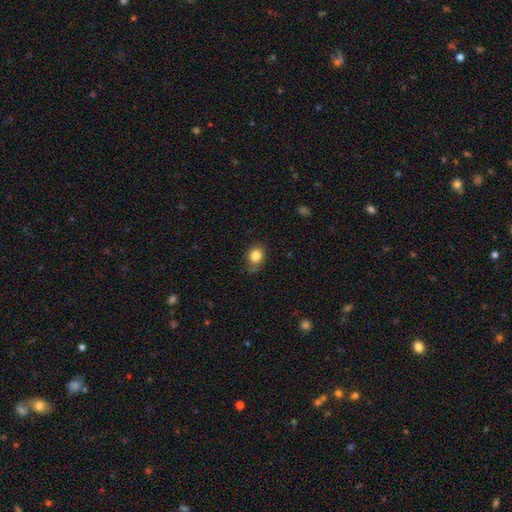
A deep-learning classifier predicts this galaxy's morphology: A smooth galaxy with no disk features (83%) that is round (65%).

Vote fractions:
- Smooth or featured? smooth: 83% / star or artifact: 10% / featured or disk: 6%
- How rounded? round: 65% / in between: 34% / cigar-shaped: 1%
- Merging? none: 69% / minor disturbance: 23% / major disturbance: 6% / merger: 3%